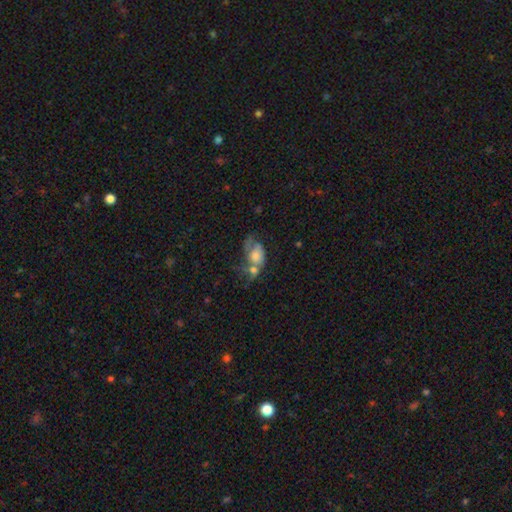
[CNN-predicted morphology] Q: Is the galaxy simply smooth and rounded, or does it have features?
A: smooth — 47%.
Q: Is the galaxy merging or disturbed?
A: merger — 51%.